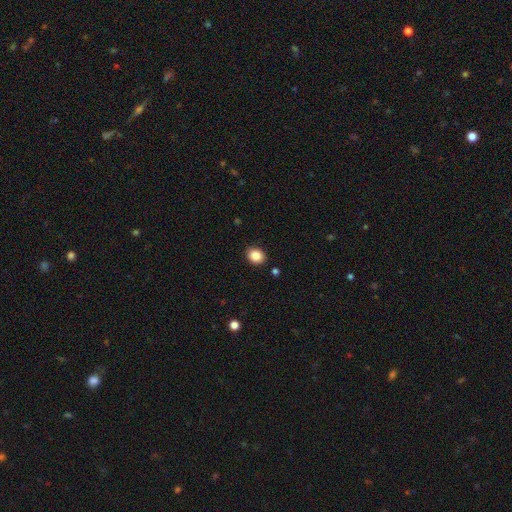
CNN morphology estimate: smooth_or_featured: smooth (p=0.86) [alt: star or artifact p=0.09]
how_rounded: round (p=0.58) [alt: in between p=0.42]
merging: none (p=0.89) [alt: minor disturbance p=0.07]